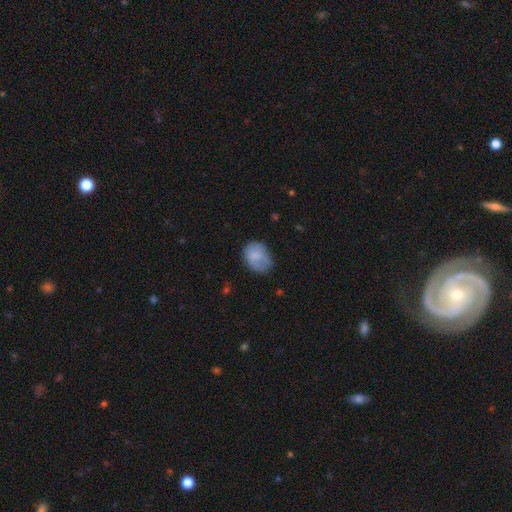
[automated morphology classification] Smooth or featured? Predicted: smooth (p=0.76). How rounded? Predicted: in between (p=0.60). Merging? Predicted: none (p=0.53).